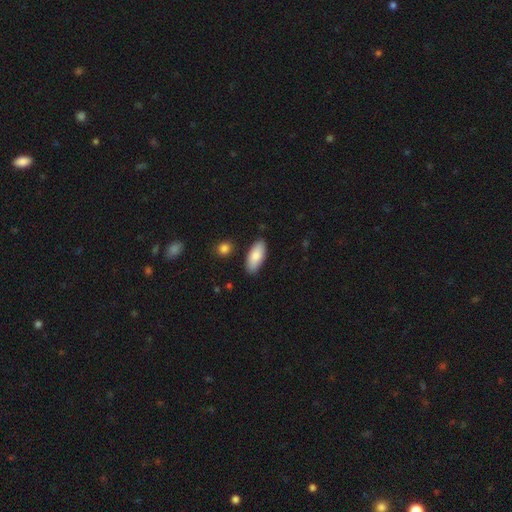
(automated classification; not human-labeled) Morphology: type=smooth (83%); roundness=in between (84%); merging=none (86%).